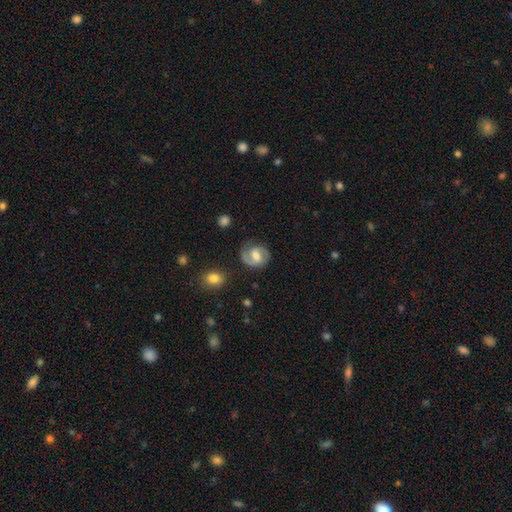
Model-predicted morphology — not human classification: Q: Smooth or featured?
A: featured or disk (76%); runner-up: smooth (18%)
Q: Edge-on disk?
A: no (98%); runner-up: yes (2%)
Q: Bar?
A: weak (51%); runner-up: no (26%)
Q: Spiral arms?
A: yes (93%); runner-up: no (7%)
Q: Spiral winding?
A: medium (52%); runner-up: tight (33%)
Q: Spiral arm count?
A: 2 (87%); runner-up: 1 (6%)
Q: Bulge size?
A: moderate (60%); runner-up: small (20%)
Q: Merging?
A: none (78%); runner-up: minor disturbance (15%)